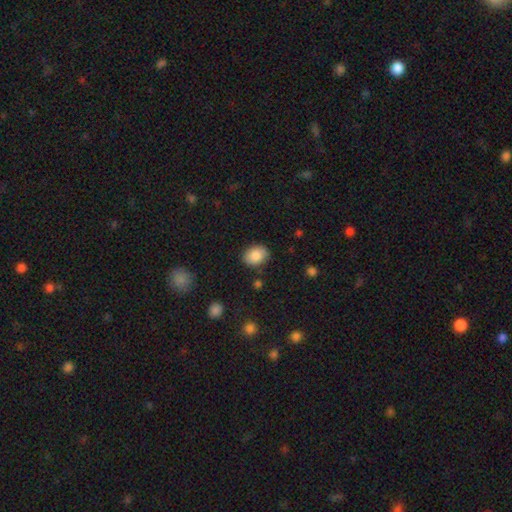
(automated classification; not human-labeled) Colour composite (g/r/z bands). It shows a smooth galaxy with no disk features (84%) that is in between round and cigar-shaped (64%). Merging: none (84%).